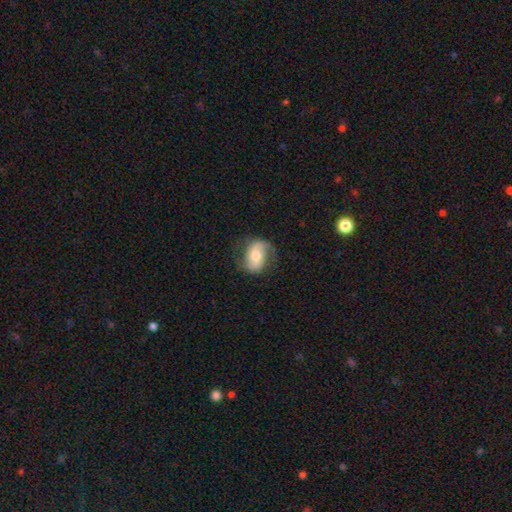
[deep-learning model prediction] Smooth or featured? Predicted: featured or disk (p=0.66). Edge-on disk? Predicted: no (p=0.97). Bar? Predicted: no (p=0.44). Spiral arms? Predicted: yes (p=0.90). Spiral winding? Predicted: medium (p=0.41, tied with loose). Spiral arm count? Predicted: 2 (p=0.77). Bulge size? Predicted: moderate (p=0.65). Merging? Predicted: none (p=0.68).